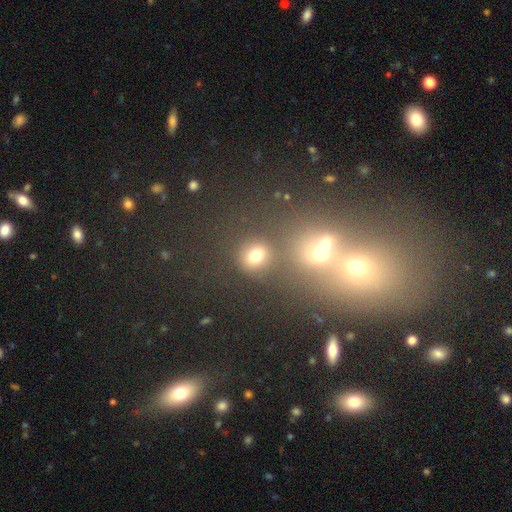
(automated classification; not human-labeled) A smooth galaxy with no disk features (72%) that is round (69%).

Vote fractions:
- Smooth or featured? smooth: 72% / star or artifact: 20% / featured or disk: 9%
- How rounded? round: 69% / in between: 29% / cigar-shaped: 2%
- Merging? none: 69% / merger: 16% / minor disturbance: 10% / major disturbance: 6%